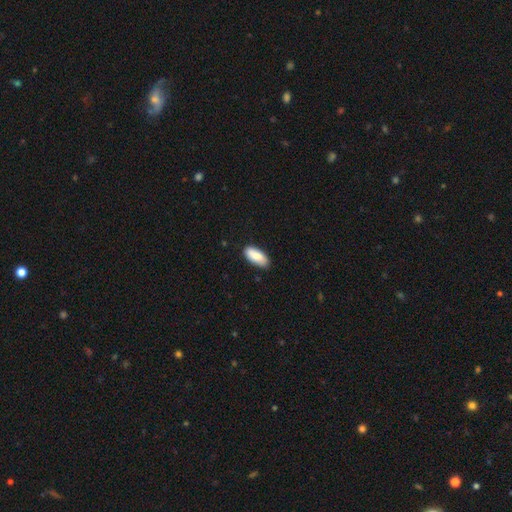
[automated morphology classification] type=smooth (83%); roundness=in between (88%); merging=none (82%).